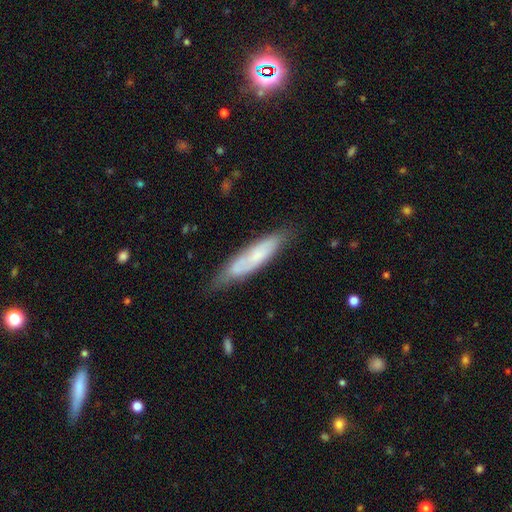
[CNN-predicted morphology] This is possibly a smooth galaxy (56%). How rounded: likely cigar-shaped (77%). Merging: likely none (68%).